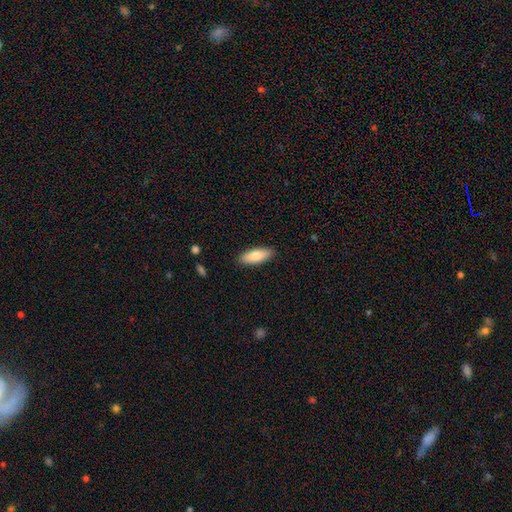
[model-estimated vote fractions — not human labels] Morphology: type=smooth (80%); roundness=in between (70%); merging=none (89%).